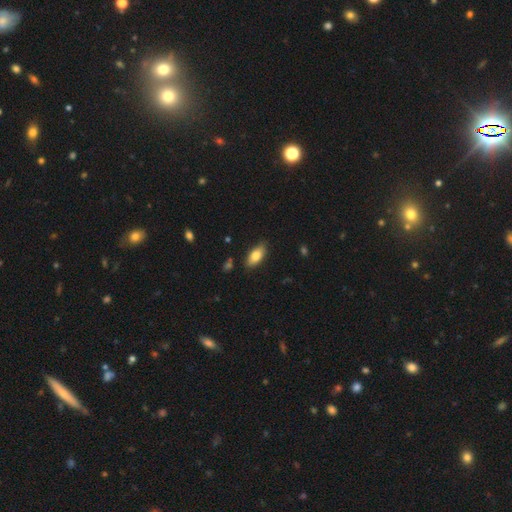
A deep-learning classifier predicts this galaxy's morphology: Overall: smooth (80%). How rounded: in between (88%). Merging: none (85%).